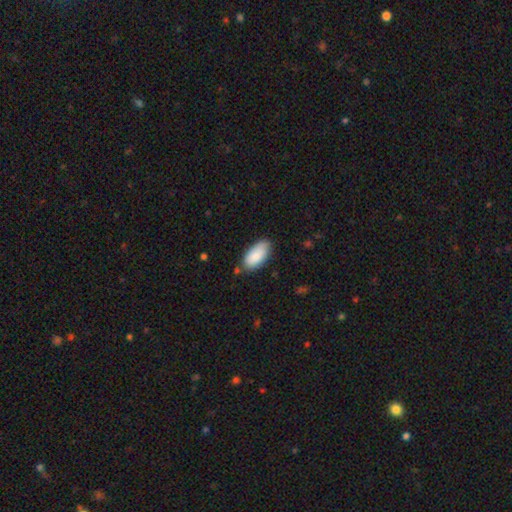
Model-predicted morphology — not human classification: smooth_or_featured: smooth (p=0.87) [alt: featured or disk p=0.07]
how_rounded: in between (p=0.94) [alt: cigar-shaped p=0.04]
merging: none (p=0.75) [alt: minor disturbance p=0.19]